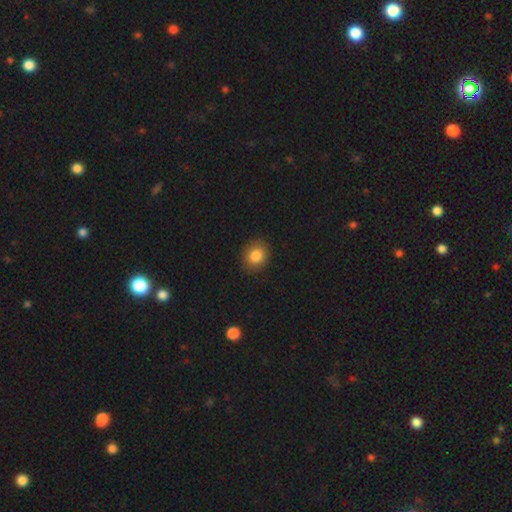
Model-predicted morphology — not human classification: A smooth galaxy with no disk features (83%) that is round (70%).

Vote fractions:
- Smooth or featured? smooth: 83% / star or artifact: 10% / featured or disk: 7%
- How rounded? round: 70% / in between: 29% / cigar-shaped: 1%
- Merging? none: 89% / minor disturbance: 8% / major disturbance: 2% / merger: 1%